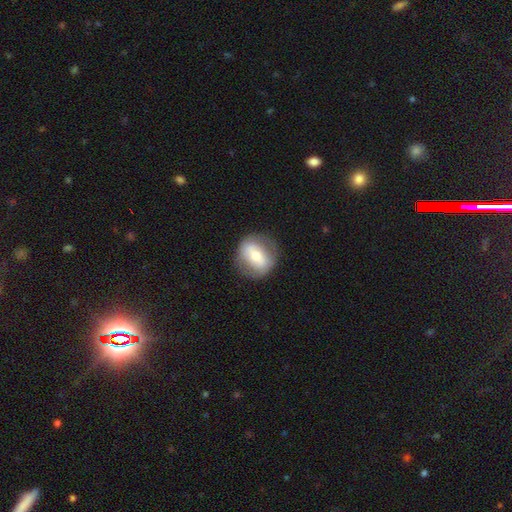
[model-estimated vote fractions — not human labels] Smooth or featured? smooth (53%)
How rounded? round (61%)
Merging? none (80%)